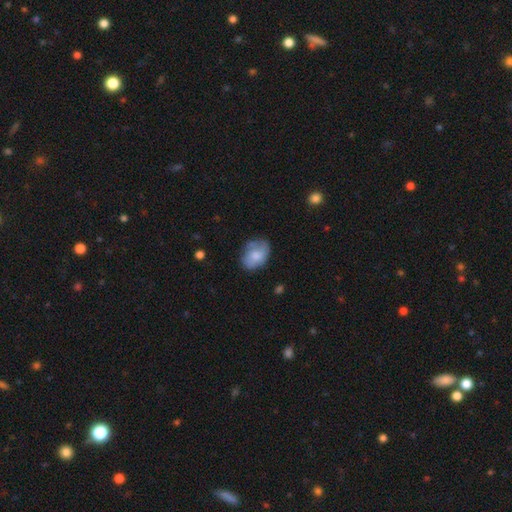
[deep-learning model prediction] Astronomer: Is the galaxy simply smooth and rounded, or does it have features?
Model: smooth — 65%.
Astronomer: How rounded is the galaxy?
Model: in between — 73%.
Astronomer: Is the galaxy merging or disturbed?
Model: none — 59%.